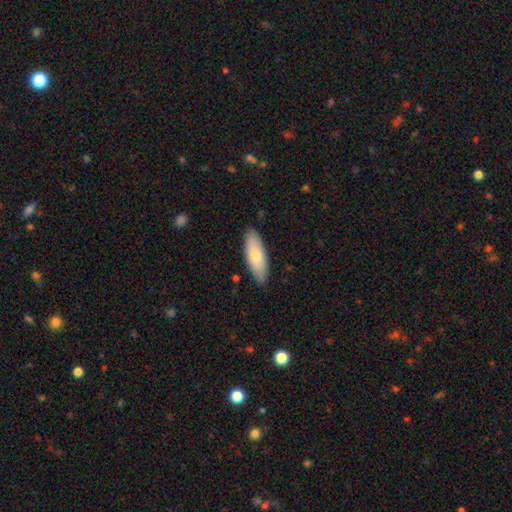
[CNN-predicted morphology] This is likely a smooth galaxy (75%). How rounded: likely in between (69%). Merging: clearly none (86%).